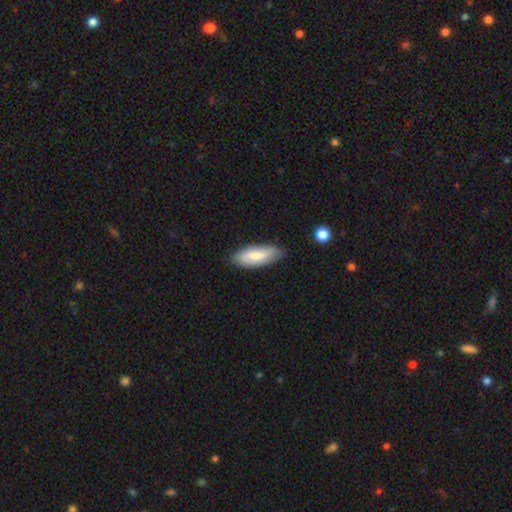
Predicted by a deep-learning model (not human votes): smooth_or_featured: smooth (p=0.70) [alt: featured or disk p=0.24]
how_rounded: in between (p=0.77) [alt: cigar-shaped p=0.21]
merging: none (p=0.80) [alt: minor disturbance p=0.16]